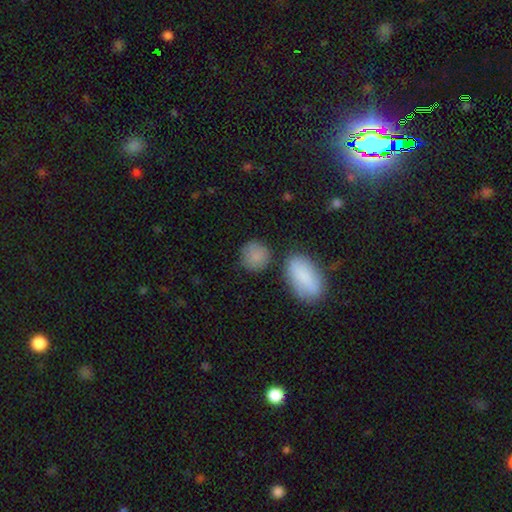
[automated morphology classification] This appears to be a smooth galaxy with no disk features (86%) that is round (82%). Merging: none (71%).